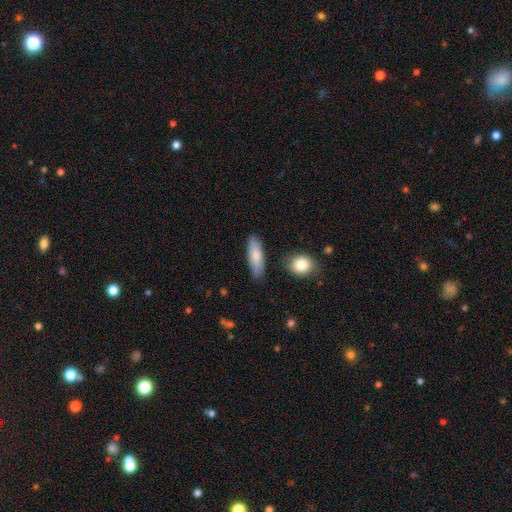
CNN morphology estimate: This appears to be a smooth galaxy with no disk features (79%) that is in between round and cigar-shaped (56%). Merging: none (82%).